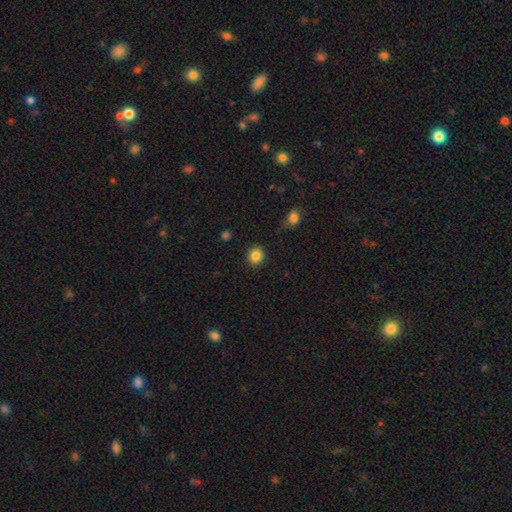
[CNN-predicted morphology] type=smooth (86%); roundness=round (75%); merging=none (88%).